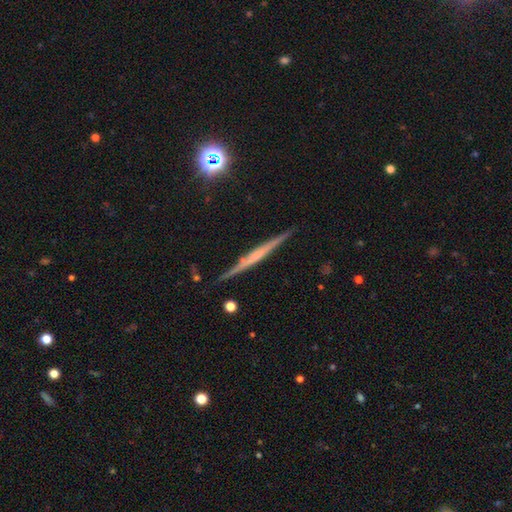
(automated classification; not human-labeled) featured or disk 68%, smooth 24%, star or artifact 8%. Down the decision tree: edge-on disk — yes (97%); edge-on bulge — none (63%); merging — none (86%).